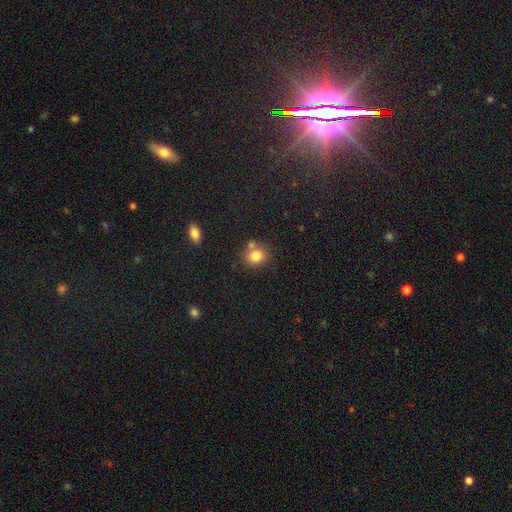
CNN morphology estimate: Smooth or featured: smooth — 80% (star or artifact — 11%)
How rounded: round — 75% (in between — 24%)
Merging: none — 58% (merger — 27%)